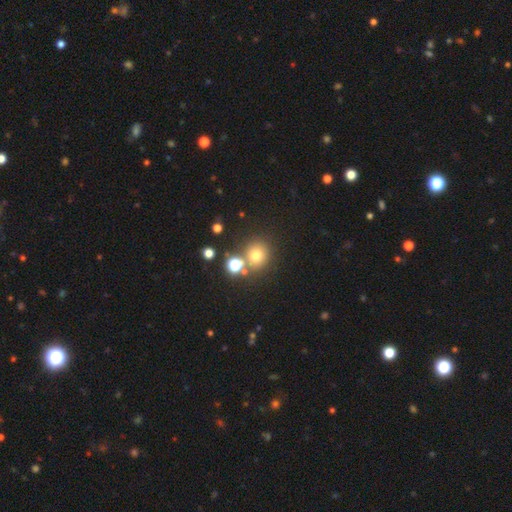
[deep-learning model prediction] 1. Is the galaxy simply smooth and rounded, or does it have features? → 71% smooth, 20% star or artifact, 9% featured or disk.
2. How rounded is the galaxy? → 87% round, 12% in between, 1% cigar-shaped.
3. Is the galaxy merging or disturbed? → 68% none, 19% merger, 9% minor disturbance, 4% major disturbance.